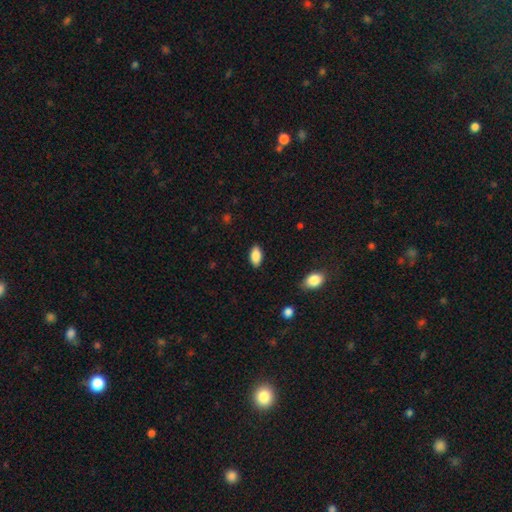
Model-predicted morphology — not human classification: A smooth galaxy with no disk features (88%) that is in between round and cigar-shaped (92%). Merging: none (87%).